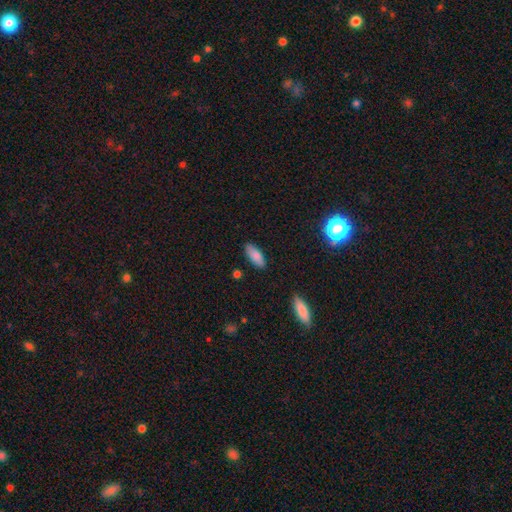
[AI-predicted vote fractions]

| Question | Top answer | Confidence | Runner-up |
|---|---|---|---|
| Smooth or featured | smooth | 82% | featured or disk (11%) |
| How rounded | in between | 76% | cigar-shaped (22%) |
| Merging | none | 87% | minor disturbance (9%) |